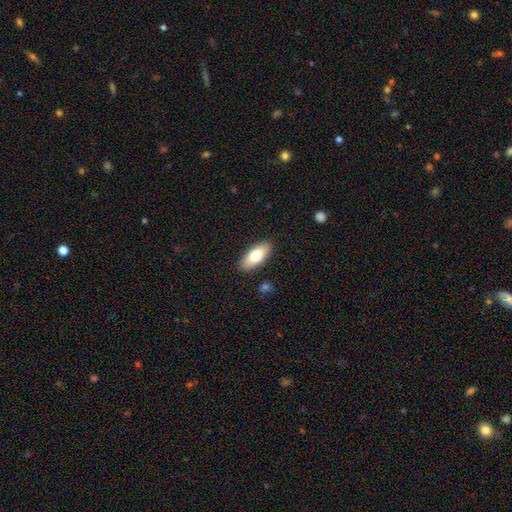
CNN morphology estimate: This is likely a smooth galaxy (73%). How rounded: likely in between (79%). Merging: clearly none (89%).